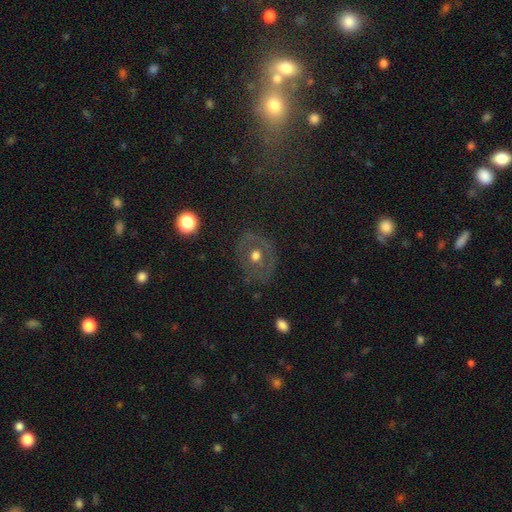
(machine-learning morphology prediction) type=featured or disk (45%); merging=none (73%).